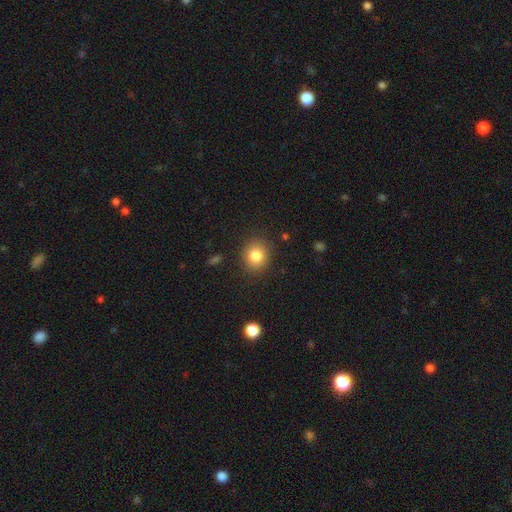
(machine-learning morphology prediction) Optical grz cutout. It shows a smooth galaxy with no disk features (82%) that is round (80%). Merging: none (88%).